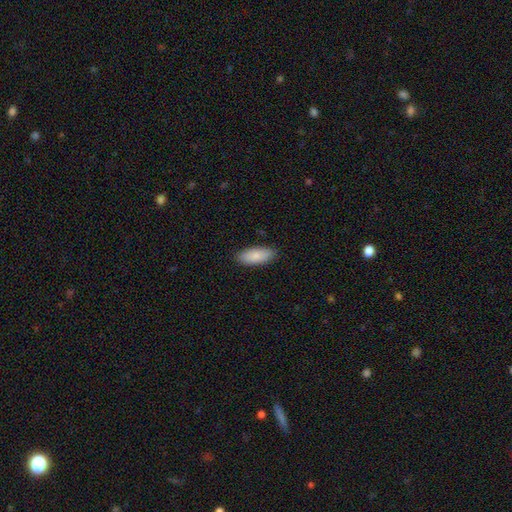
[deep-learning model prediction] smooth-or-featured: smooth: 85% | featured or disk: 9% | star or artifact: 6%
  how-rounded: in between: 82% | cigar-shaped: 16% | round: 2%
  merging: none: 88% | minor disturbance: 9% | major disturbance: 2% | merger: 1%